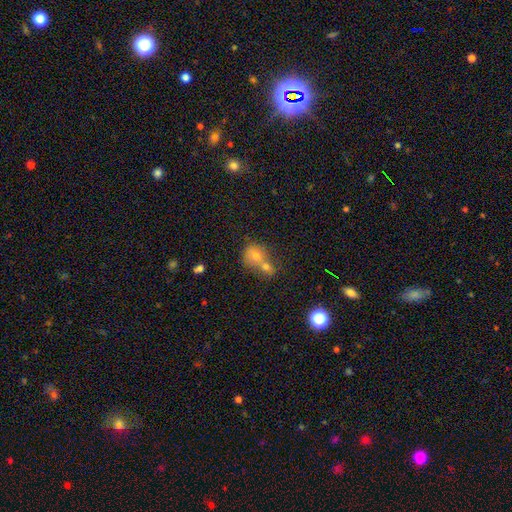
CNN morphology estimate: A smooth galaxy with no disk features (66%) that is round (69%). Merging: merger (59%).